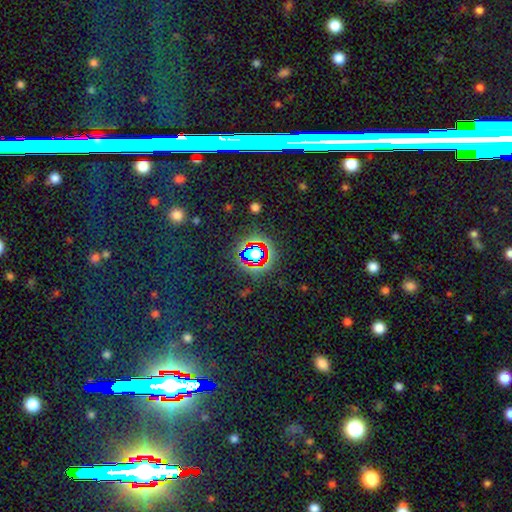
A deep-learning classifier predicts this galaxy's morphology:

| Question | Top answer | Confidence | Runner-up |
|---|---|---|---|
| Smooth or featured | star or artifact | 69% | smooth (19%) |